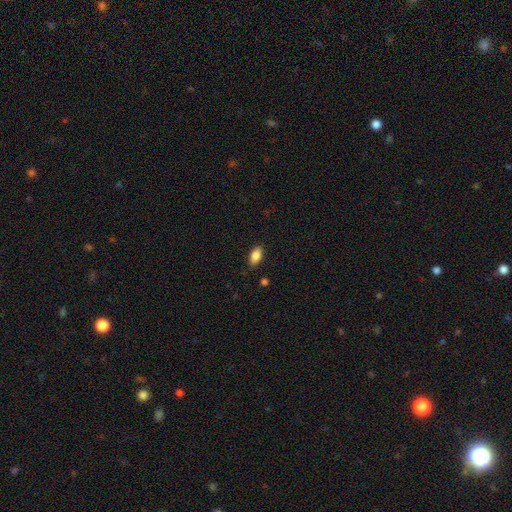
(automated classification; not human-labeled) Smooth or featured?
  - smooth: 86% *
  - star or artifact: 8%
  - featured or disk: 6%
How rounded?
  - in between: 91% *
  - cigar-shaped: 5%
  - round: 5%
Merging?
  - none: 85% *
  - minor disturbance: 11%
  - major disturbance: 2%
  - merger: 1%